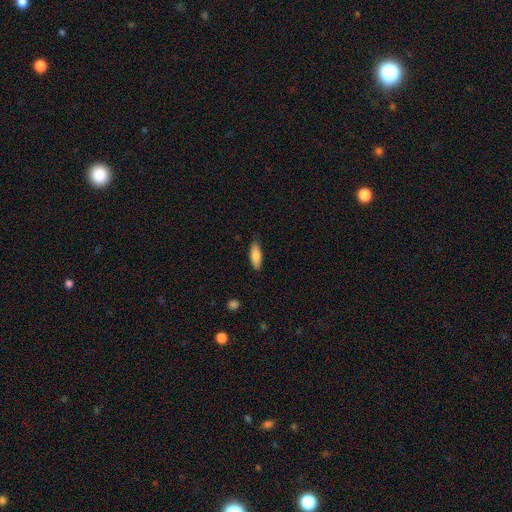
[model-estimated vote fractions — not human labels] This is clearly a smooth galaxy (83%). How rounded: likely in between (63%). Merging: clearly none (85%).